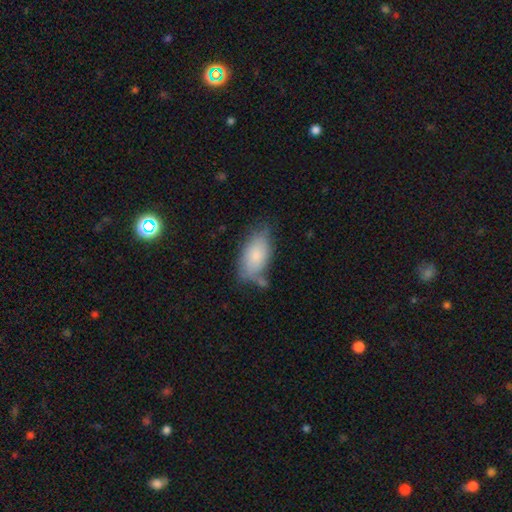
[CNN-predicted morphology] Smooth or featured? Predicted: smooth (p=0.80). How rounded? Predicted: in between (p=0.93). Merging? Predicted: none (p=0.56).